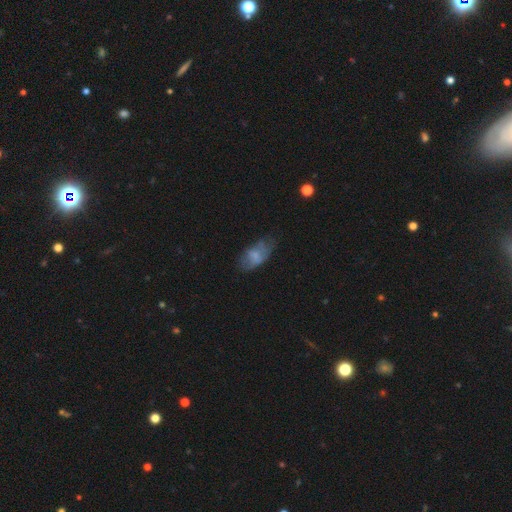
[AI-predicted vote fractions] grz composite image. It shows a smooth galaxy with no disk features (67%) that is in between round and cigar-shaped (92%). Merging: none (47%).